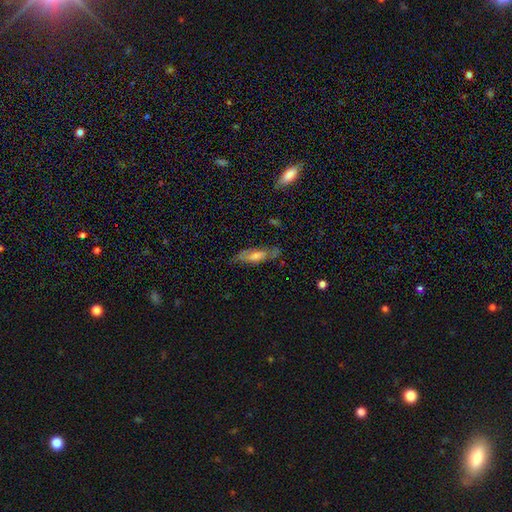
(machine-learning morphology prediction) A featured or disk galaxy (50%).

Vote fractions:
- Smooth or featured? featured or disk: 50% / smooth: 41% / star or artifact: 9%
- Merging? none: 70% / minor disturbance: 20% / major disturbance: 8% / merger: 2%